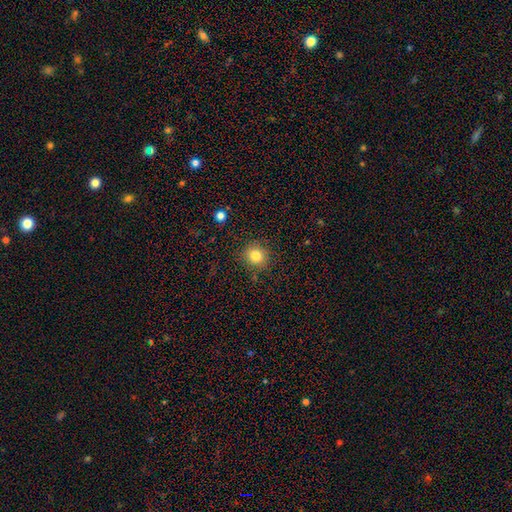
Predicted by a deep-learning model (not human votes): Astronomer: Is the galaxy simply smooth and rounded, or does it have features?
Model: smooth — 82%.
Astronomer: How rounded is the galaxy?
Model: round — 89%.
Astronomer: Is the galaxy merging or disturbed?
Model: none — 87%.